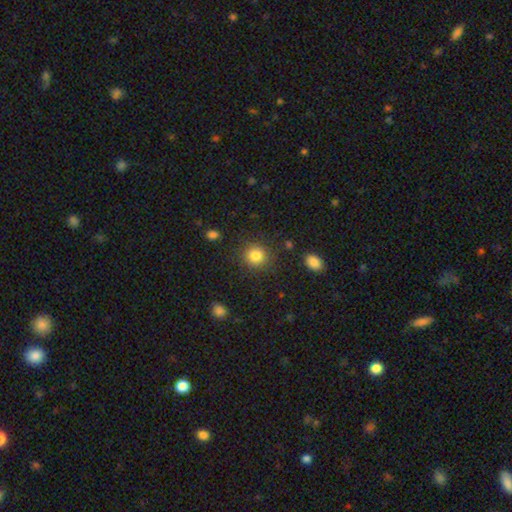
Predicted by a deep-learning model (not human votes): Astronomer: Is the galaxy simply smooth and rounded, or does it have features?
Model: smooth — 84%.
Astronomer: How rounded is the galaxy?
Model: round — 87%.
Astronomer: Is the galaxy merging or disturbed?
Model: none — 86%.